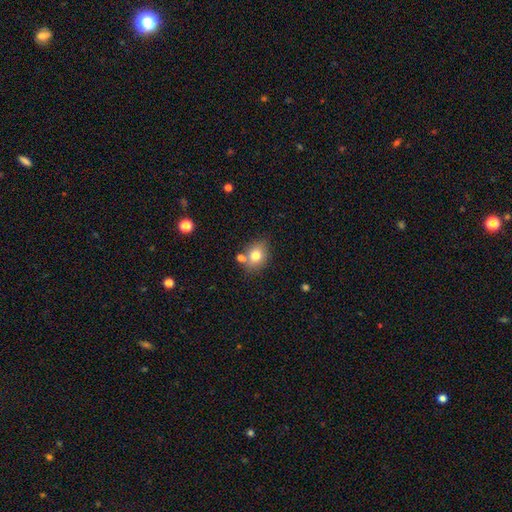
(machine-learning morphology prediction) smooth-or-featured: smooth: 77% | featured or disk: 13% | star or artifact: 10%
  how-rounded: in between: 57% | round: 42% | cigar-shaped: 1%
  merging: none: 67% | merger: 15% | minor disturbance: 14% | major disturbance: 4%